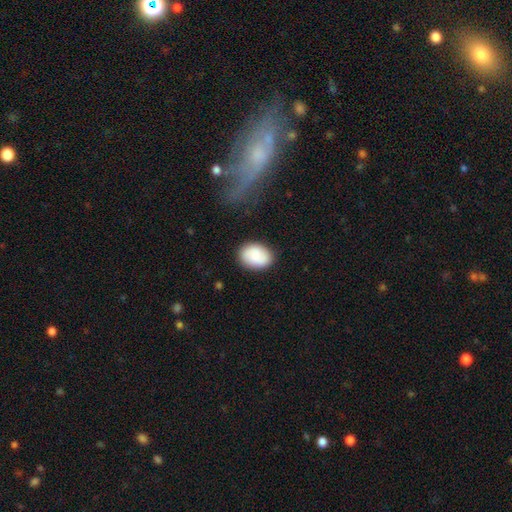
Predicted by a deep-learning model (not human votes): A smooth galaxy with no disk features (79%) that is in between round and cigar-shaped (70%). Merging: none (82%).